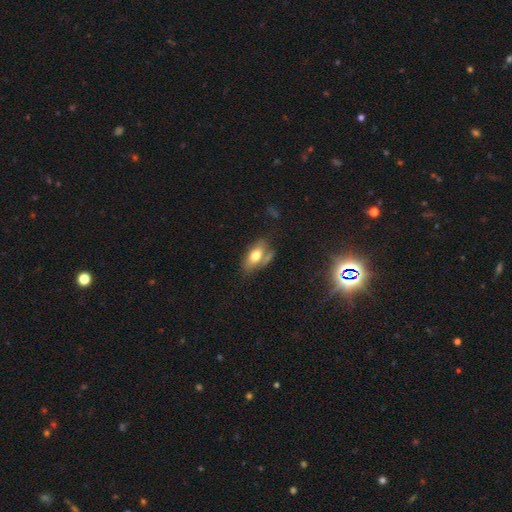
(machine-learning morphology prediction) Smooth or featured? smooth (69%)
How rounded? in between (88%)
Merging? none (51%)